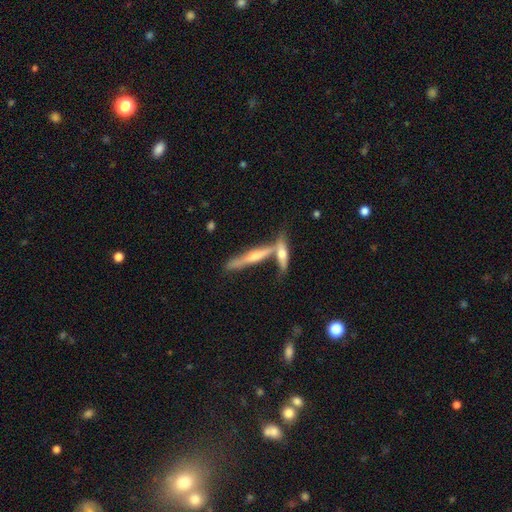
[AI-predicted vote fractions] smooth_or_featured: featured or disk (p=0.68) [alt: smooth p=0.24]
disk_edge_on: yes (p=0.93) [alt: no p=0.07]
edge_on_bulge: rounded (p=0.86) [alt: none p=0.09]
merging: none (p=0.55) [alt: merger p=0.32]